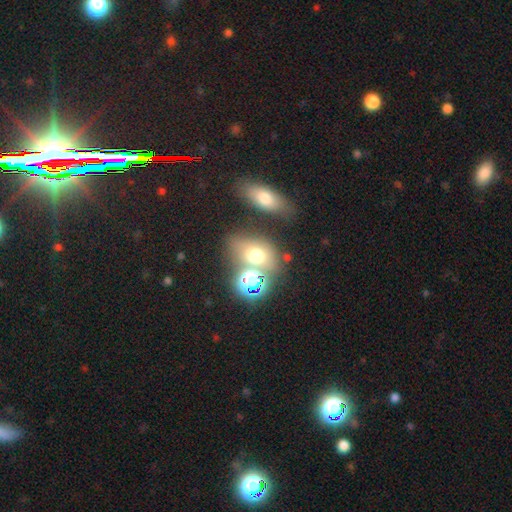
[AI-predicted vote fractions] This appears to be a smooth galaxy with no disk features (62%) that is in between round and cigar-shaped (64%). Merging: none (53%).